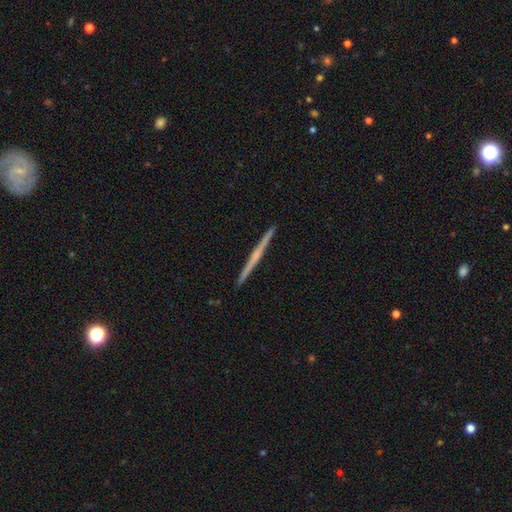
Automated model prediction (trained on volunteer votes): This is likely a featured or disk galaxy (71%). It is clearly viewed edge-on (98%). Edge-on bulge: possibly none (52%). Merging: clearly none (93%).